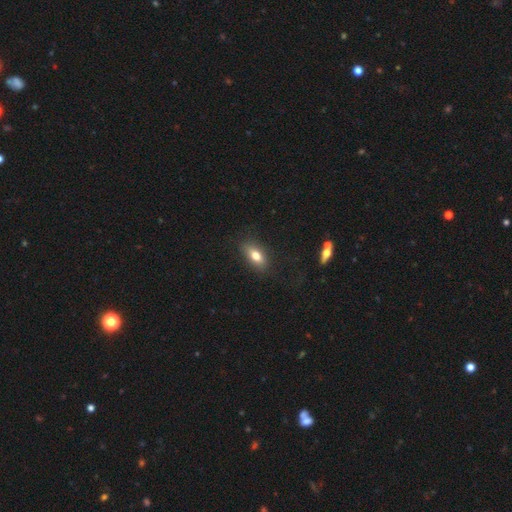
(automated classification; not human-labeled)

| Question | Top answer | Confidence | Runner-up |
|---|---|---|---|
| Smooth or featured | smooth | 76% | featured or disk (15%) |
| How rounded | in between | 84% | cigar-shaped (10%) |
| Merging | none | 83% | minor disturbance (12%) |